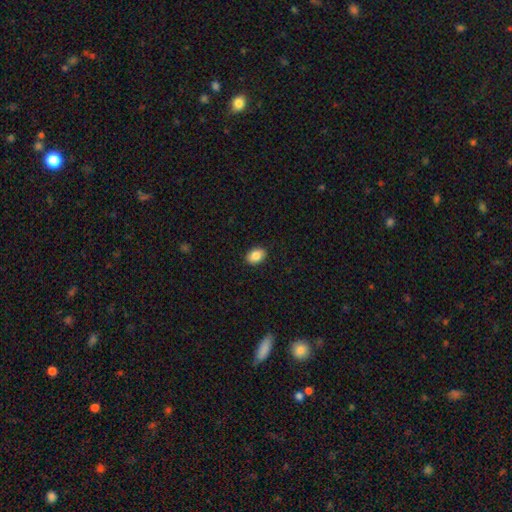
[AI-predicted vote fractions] A smooth galaxy with no disk features (86%) that is in between round and cigar-shaped (78%).

Vote fractions:
- Smooth or featured? smooth: 86% / star or artifact: 8% / featured or disk: 7%
- How rounded? in between: 78% / round: 21% / cigar-shaped: 1%
- Merging? none: 90% / minor disturbance: 7% / major disturbance: 2% / merger: 1%